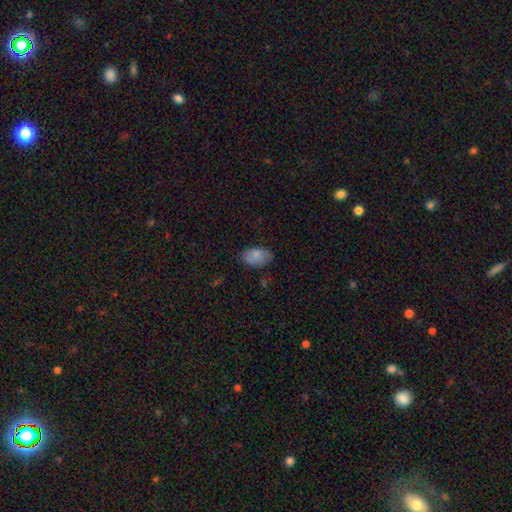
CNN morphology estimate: Smooth or featured? smooth (83%)
How rounded? in between (93%)
Merging? none (77%)